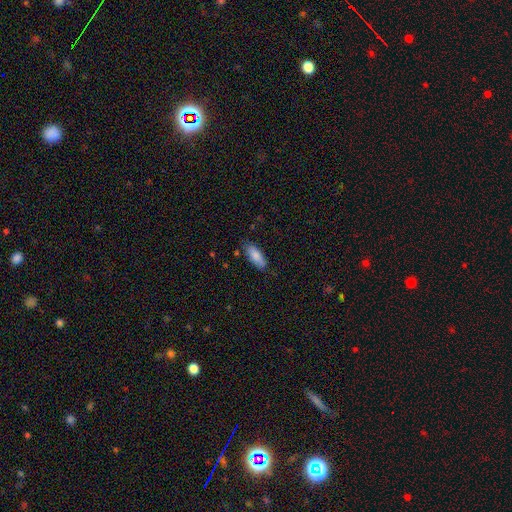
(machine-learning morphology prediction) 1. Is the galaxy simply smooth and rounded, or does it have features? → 84% smooth, 9% featured or disk, 6% star or artifact.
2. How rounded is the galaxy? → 73% in between, 25% cigar-shaped, 2% round.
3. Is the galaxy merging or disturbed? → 80% none, 16% minor disturbance, 3% major disturbance, 2% merger.